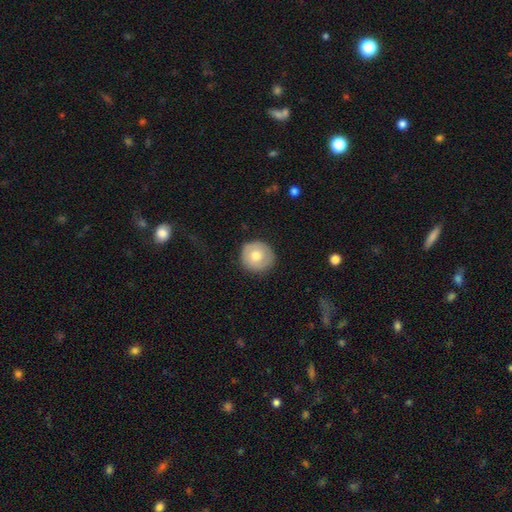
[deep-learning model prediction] Smooth or featured? smooth (67%)
How rounded? round (94%)
Merging? none (86%)